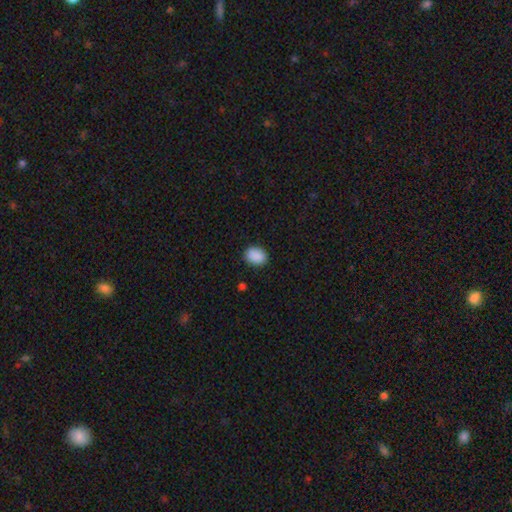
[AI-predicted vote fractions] This is clearly a smooth galaxy (90%). How rounded: likely in between (65%). Merging: clearly none (88%).